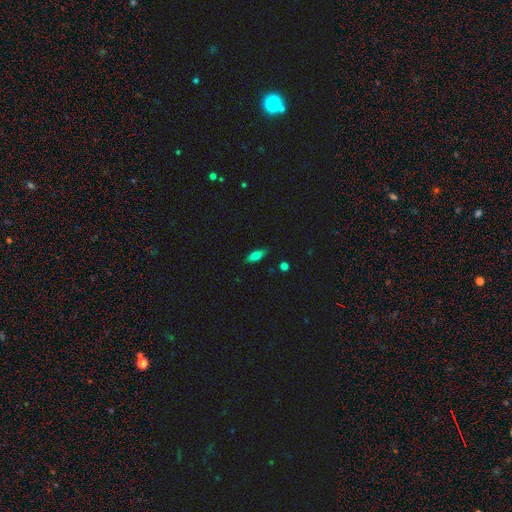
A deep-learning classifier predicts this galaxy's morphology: smooth_or_featured: smooth (p=0.69) [alt: featured or disk p=0.23]
how_rounded: in between (p=0.70) [alt: cigar-shaped p=0.27]
merging: none (p=0.85) [alt: minor disturbance p=0.11]